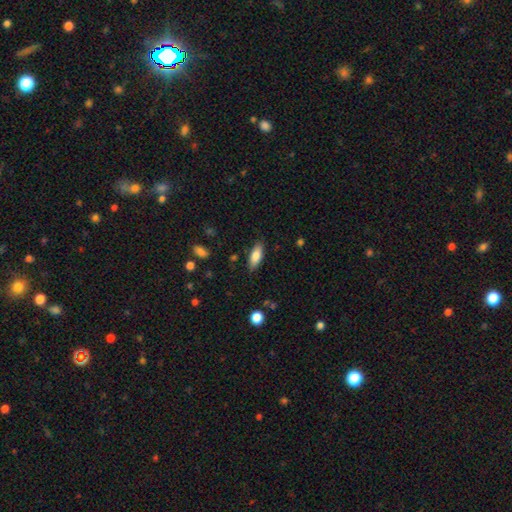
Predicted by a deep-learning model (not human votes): Smooth or featured? smooth (81%)
How rounded? in between (71%)
Merging? none (83%)